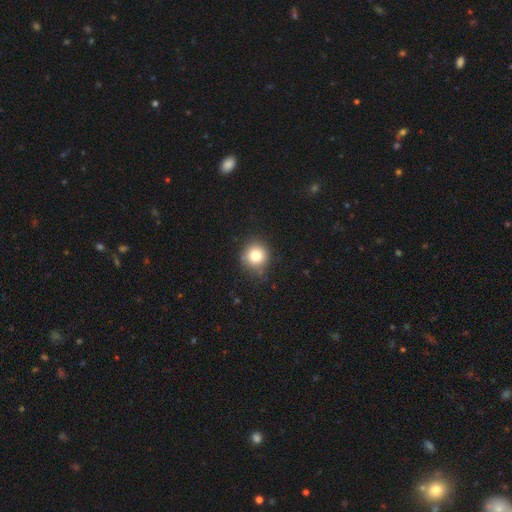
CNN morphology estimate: Overall: smooth (80%). How rounded: round (92%). Merging: none (84%).